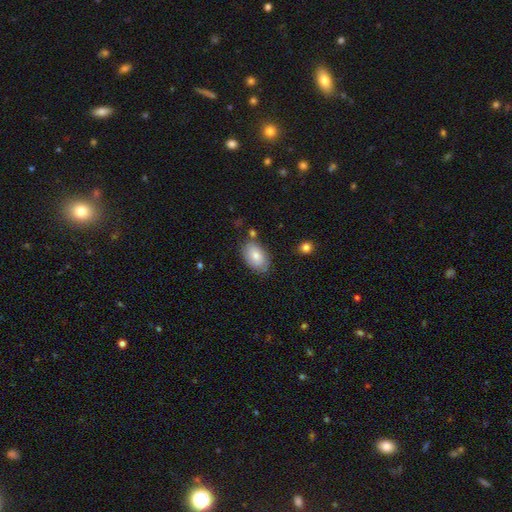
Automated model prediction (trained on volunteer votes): This appears to be a smooth galaxy with no disk features (77%) that is in between round and cigar-shaped (92%). Merging: none (73%).